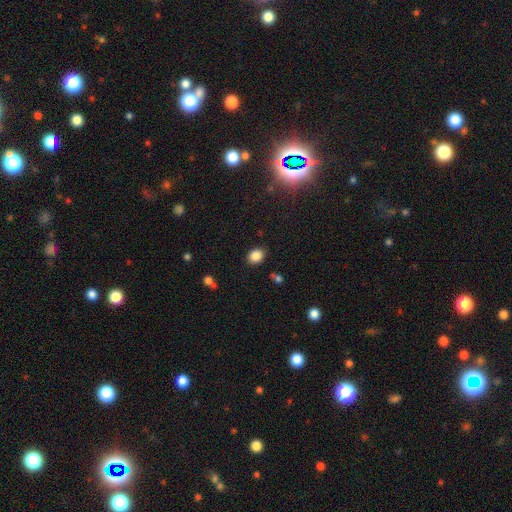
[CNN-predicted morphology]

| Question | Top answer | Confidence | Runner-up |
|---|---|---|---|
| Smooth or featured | smooth | 85% | star or artifact (10%) |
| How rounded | round | 52% | in between (47%) |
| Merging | none | 86% | minor disturbance (9%) |